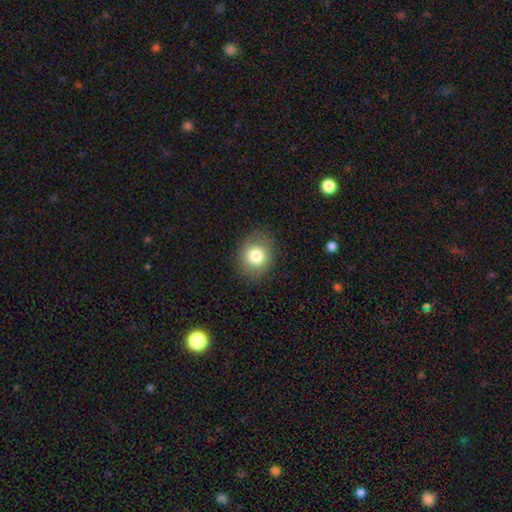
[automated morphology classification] The model was most divided on "how rounded": round: 77%, in between: 22%, cigar-shaped: 1%. More confident: merging — none (87%); smooth or featured — smooth (80%).